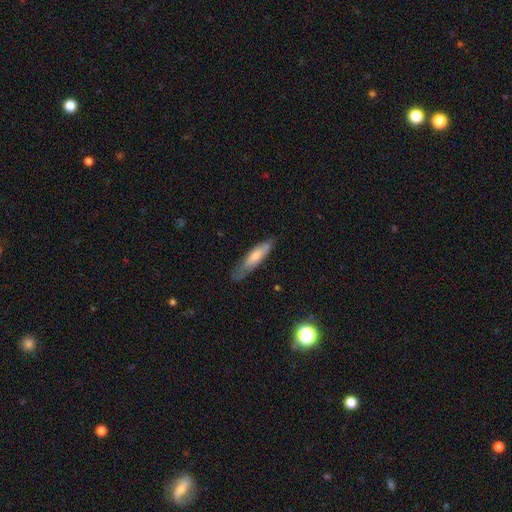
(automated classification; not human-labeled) Smooth or featured: smooth — 59% (featured or disk — 34%)
How rounded: cigar-shaped — 72% (in between — 26%)
Merging: none — 68% (minor disturbance — 24%)